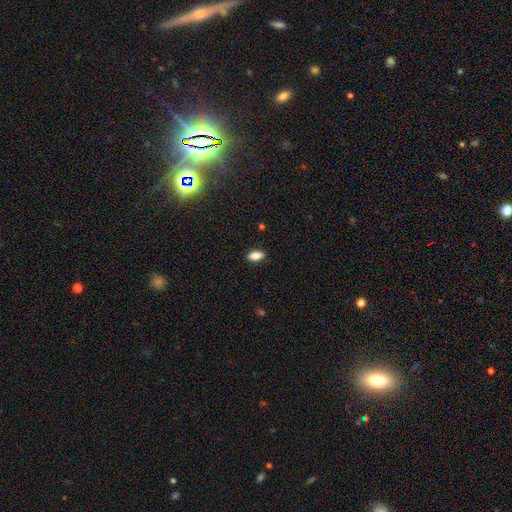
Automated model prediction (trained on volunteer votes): Smooth or featured? smooth (84%)
How rounded? in between (87%)
Merging? none (88%)